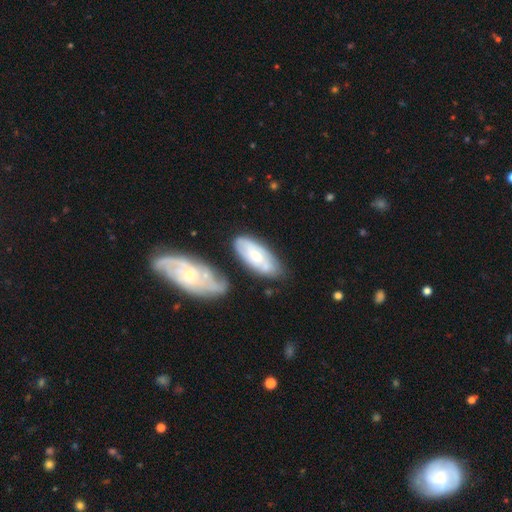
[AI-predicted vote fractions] This appears to be a featured or disk galaxy (55%). Merging: none (61%).